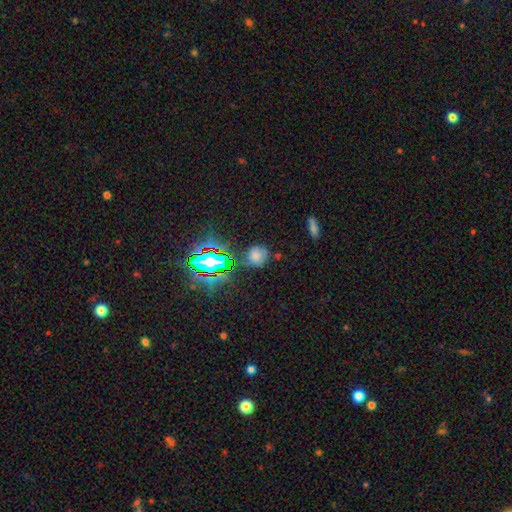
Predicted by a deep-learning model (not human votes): The model was most divided on "smooth or featured": smooth: 65%, star or artifact: 24%, featured or disk: 11%. More confident: how rounded — round (81%); merging — none (70%).